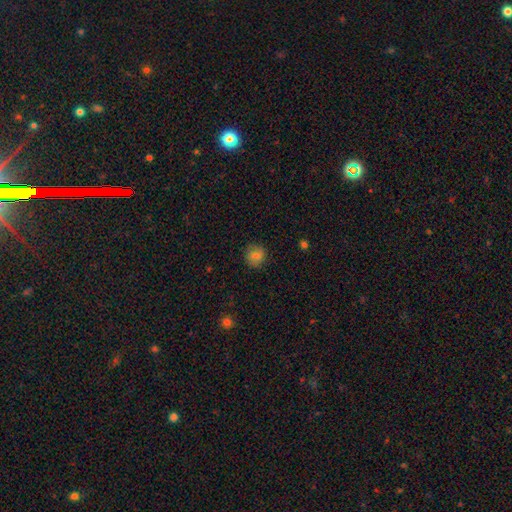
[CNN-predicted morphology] Q: Smooth or featured?
A: smooth (76%); runner-up: featured or disk (14%)
Q: How rounded?
A: round (87%); runner-up: in between (12%)
Q: Merging?
A: none (85%); runner-up: minor disturbance (11%)